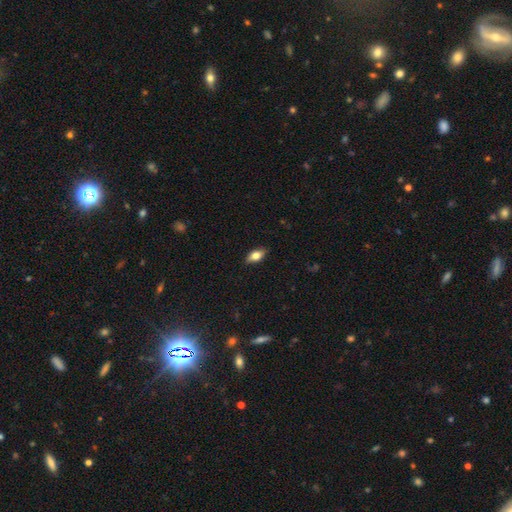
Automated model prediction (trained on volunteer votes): Smooth or featured? Predicted: smooth (p=0.72). How rounded? Predicted: in between (p=0.85). Merging? Predicted: none (p=0.86).